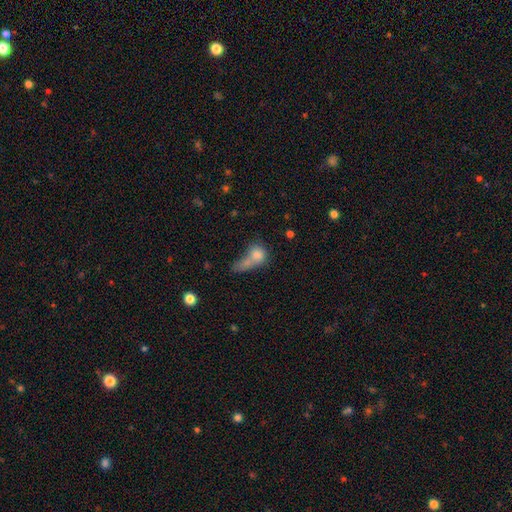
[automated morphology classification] A smooth galaxy with no disk features (75%) that is in between round and cigar-shaped (50%). Merging: merger (53%).